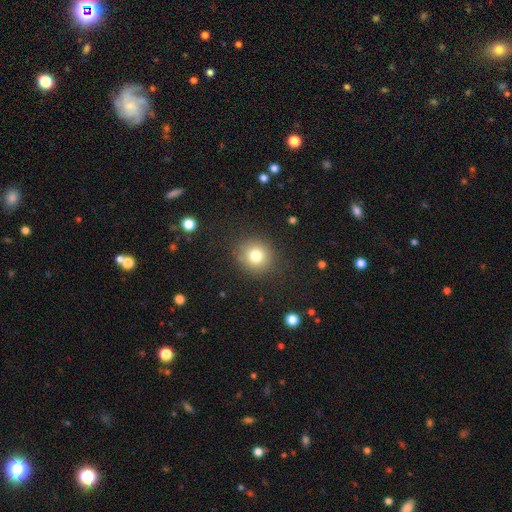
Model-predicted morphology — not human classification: Smooth or featured? Predicted: smooth (p=0.78). How rounded? Predicted: round (p=0.88). Merging? Predicted: none (p=0.87).